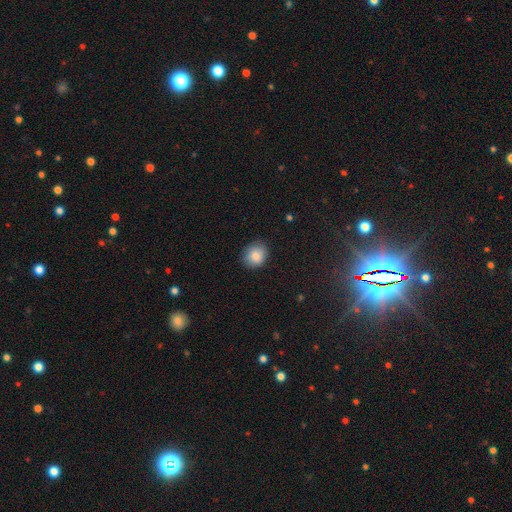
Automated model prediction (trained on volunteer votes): This appears to be a smooth galaxy with no disk features (85%) that is round (70%). Merging: none (82%).